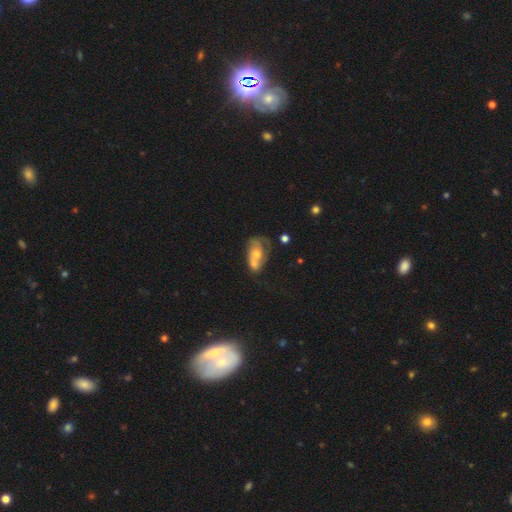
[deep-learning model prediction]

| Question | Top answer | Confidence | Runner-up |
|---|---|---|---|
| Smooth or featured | featured or disk | 47% | smooth (44%) |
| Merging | merger | 63% | none (14%) |